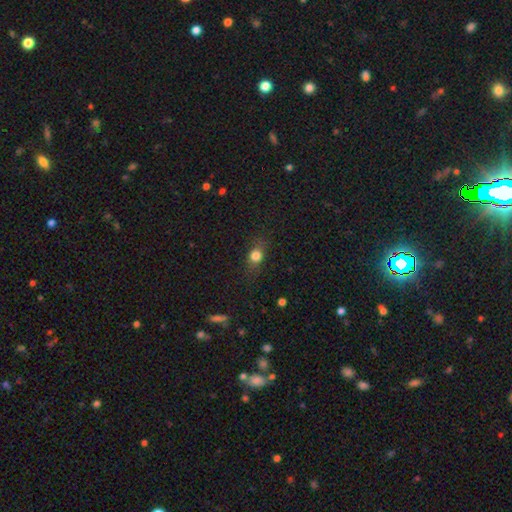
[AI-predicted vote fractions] Smooth or featured: smooth — 75% (star or artifact — 13%)
How rounded: round — 51% (in between — 44%)
Merging: none — 78% (minor disturbance — 15%)